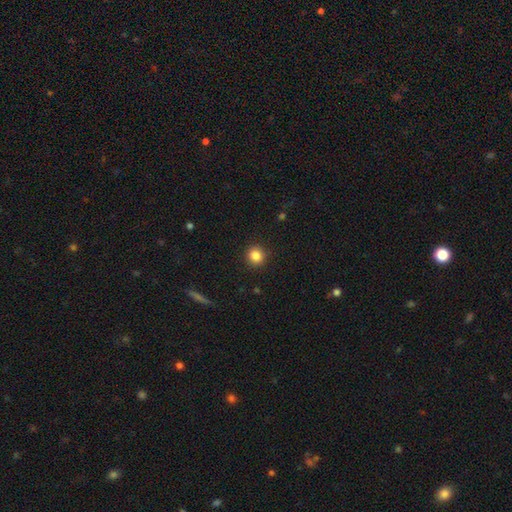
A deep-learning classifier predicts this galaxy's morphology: A smooth galaxy with no disk features (85%) that is round (92%).

Vote fractions:
- Smooth or featured? smooth: 85% / star or artifact: 10% / featured or disk: 4%
- How rounded? round: 92% / in between: 7% / cigar-shaped: 1%
- Merging? none: 92% / minor disturbance: 5% / major disturbance: 2% / merger: 1%